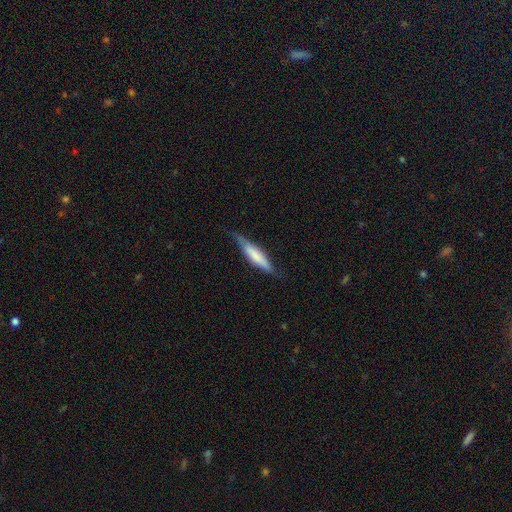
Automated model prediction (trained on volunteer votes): This appears to be a smooth galaxy with no disk features (61%) that is cigar-shaped (81%). Merging: none (72%).